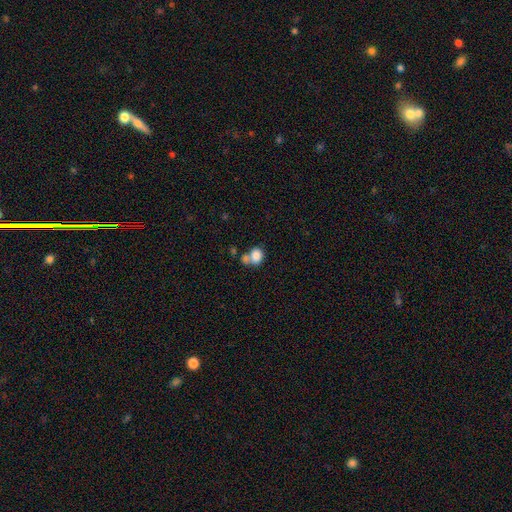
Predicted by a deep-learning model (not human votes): Morphology: type=smooth (82%); roundness=round (53%); merging=merger (47%).